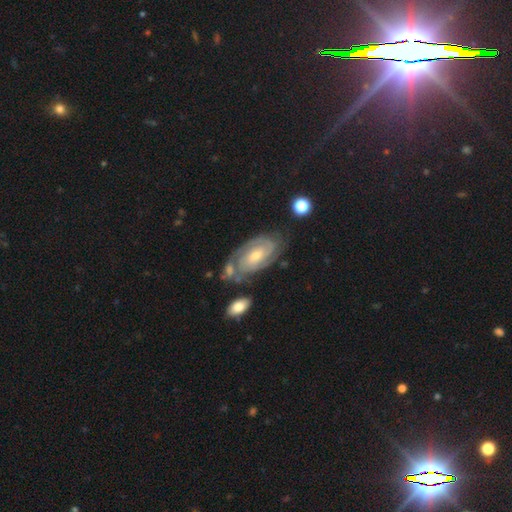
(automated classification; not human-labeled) The model was most divided on "bulge size": small: 52%, moderate: 43%, large: 2%, none: 2%, dominant: 1%. More confident: spiral arms — yes (96%); edge-on disk — no (96%); smooth or featured — featured or disk (84%); spiral winding — tight (72%); merging — none (66%); spiral arm count — 2 (62%); bar — no (56%).